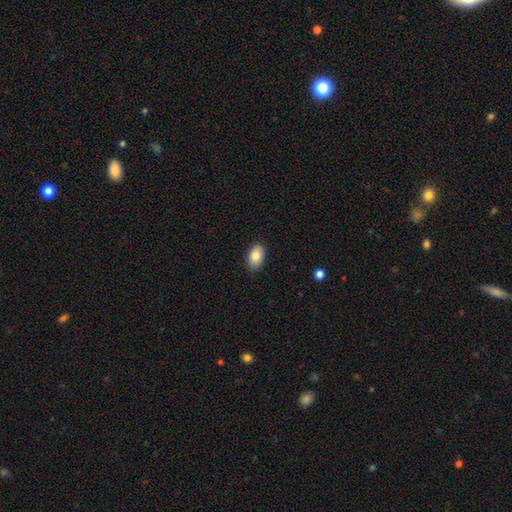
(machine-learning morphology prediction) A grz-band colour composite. It shows a smooth galaxy with no disk features (81%) that is in between round and cigar-shaped (91%). Merging: none (87%).